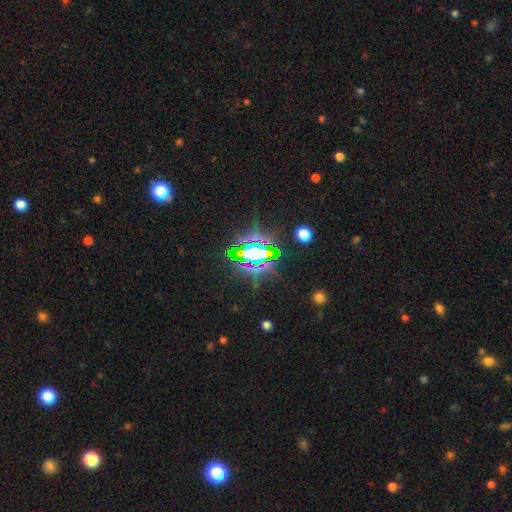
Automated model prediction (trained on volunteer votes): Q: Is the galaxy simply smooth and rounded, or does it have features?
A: star or artifact — 71%.